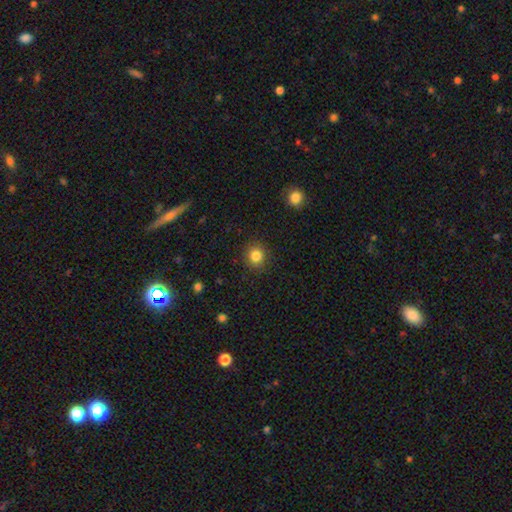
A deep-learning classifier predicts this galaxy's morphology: Q: Smooth or featured?
A: smooth (84%); runner-up: star or artifact (11%)
Q: How rounded?
A: round (89%); runner-up: in between (10%)
Q: Merging?
A: none (89%); runner-up: minor disturbance (7%)